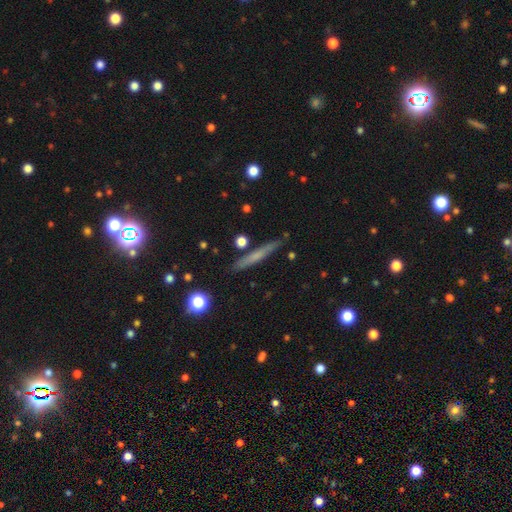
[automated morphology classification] This is possibly a smooth galaxy (54%). How rounded: clearly cigar-shaped (94%). Merging: clearly none (88%).